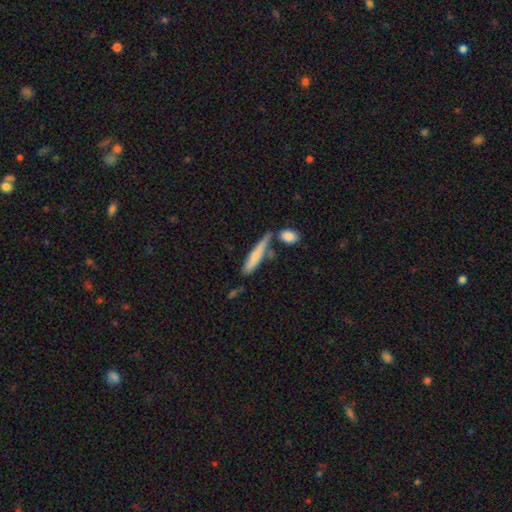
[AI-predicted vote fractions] A smooth galaxy with no disk features (69%) that is cigar-shaped (83%).

Vote fractions:
- Smooth or featured? smooth: 69% / featured or disk: 25% / star or artifact: 6%
- How rounded? cigar-shaped: 83% / in between: 15% / round: 2%
- Merging? none: 59% / merger: 18% / minor disturbance: 18% / major disturbance: 5%